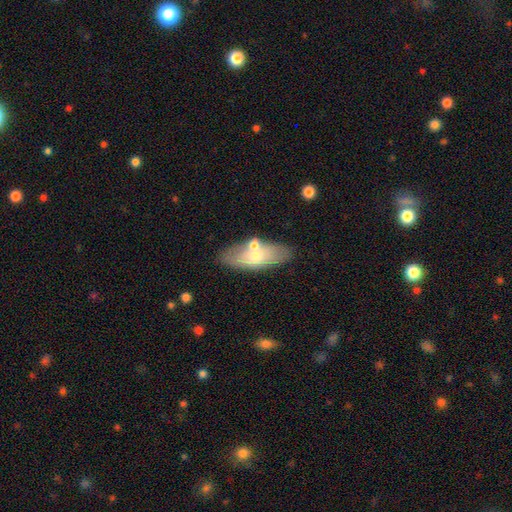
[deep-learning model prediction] smooth_or_featured: smooth (p=0.61) [alt: featured or disk p=0.33]
how_rounded: in between (p=0.80) [alt: cigar-shaped p=0.16]
merging: none (p=0.69) [alt: minor disturbance p=0.15]